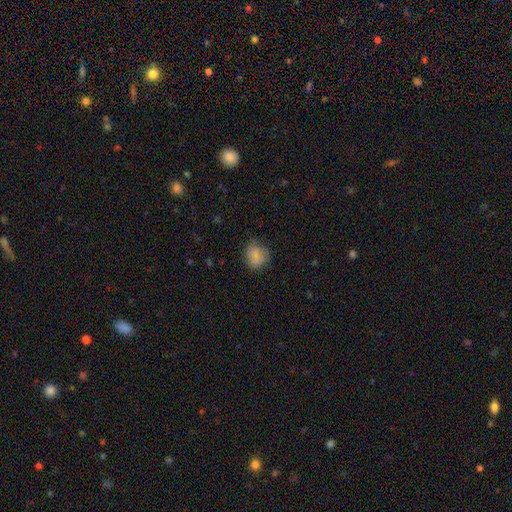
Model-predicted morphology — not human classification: This is clearly a smooth galaxy (82%). How rounded: likely round (74%). Merging: likely none (68%).